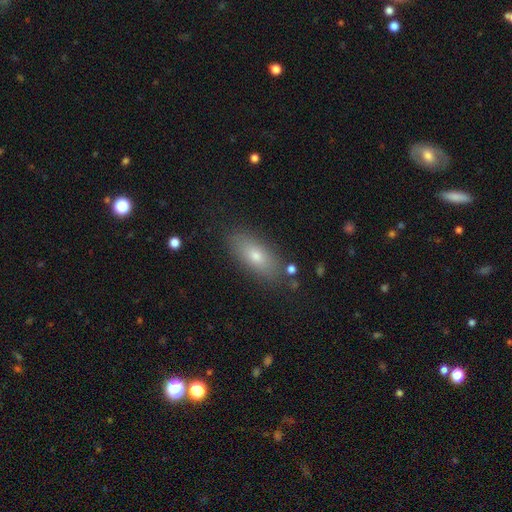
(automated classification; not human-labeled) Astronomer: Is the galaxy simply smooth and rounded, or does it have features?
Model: smooth — 71%.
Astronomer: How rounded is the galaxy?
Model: in between — 78%.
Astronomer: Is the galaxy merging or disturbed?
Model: none — 83%.